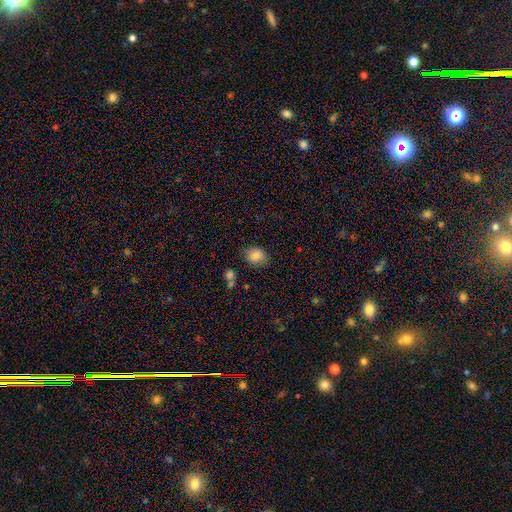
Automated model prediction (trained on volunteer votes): A smooth galaxy with no disk features (85%) that is in between round and cigar-shaped (50%).

Vote fractions:
- Smooth or featured? smooth: 85% / star or artifact: 9% / featured or disk: 6%
- How rounded? in between: 50% / round: 49% / cigar-shaped: 1%
- Merging? none: 78% / minor disturbance: 15% / major disturbance: 4% / merger: 3%